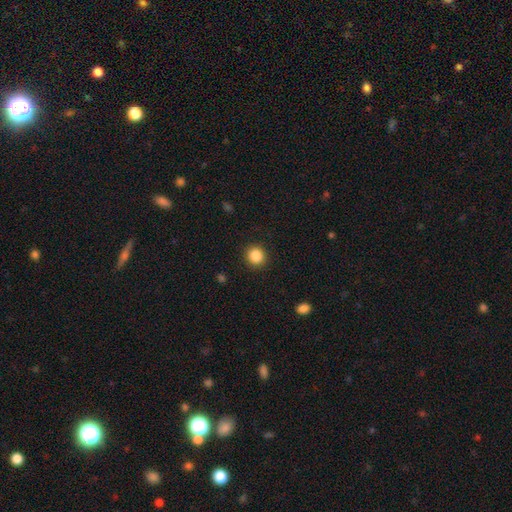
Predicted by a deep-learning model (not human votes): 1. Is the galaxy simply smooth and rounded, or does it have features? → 86% smooth, 10% star or artifact, 4% featured or disk.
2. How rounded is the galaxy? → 90% round, 9% in between, 1% cigar-shaped.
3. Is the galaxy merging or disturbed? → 91% none, 6% minor disturbance, 2% major disturbance, 1% merger.